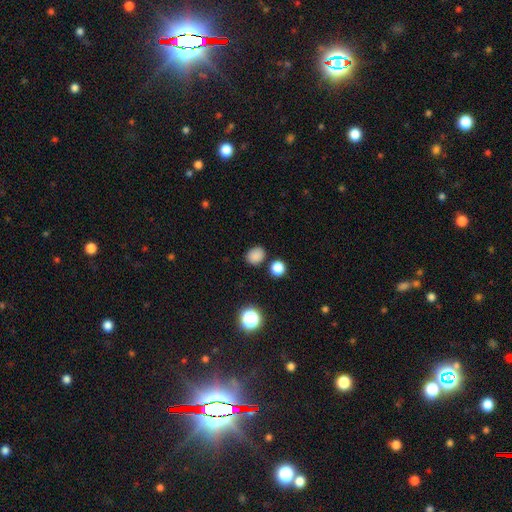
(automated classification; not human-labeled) smooth 83%, star or artifact 13%, featured or disk 4%. Down the decision tree: how rounded — round (51%); merging — none (82%).